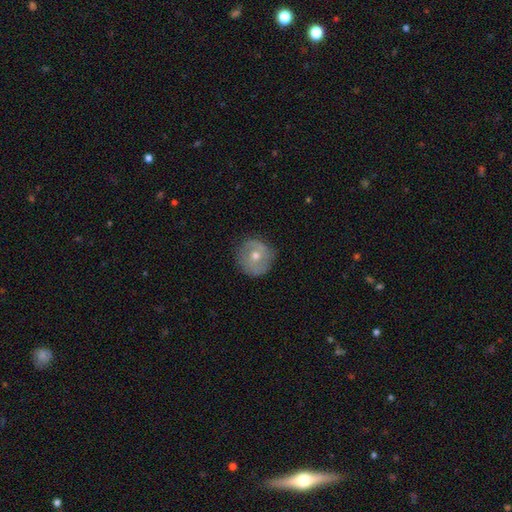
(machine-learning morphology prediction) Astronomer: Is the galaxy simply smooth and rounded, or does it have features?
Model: featured or disk — 53% (runner-up: smooth, 38%).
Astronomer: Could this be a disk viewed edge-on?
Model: no — 95%.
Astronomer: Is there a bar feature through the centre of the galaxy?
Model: no — 68%.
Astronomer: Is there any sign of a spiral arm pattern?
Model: yes — 58% (runner-up: no, 42%).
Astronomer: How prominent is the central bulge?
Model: moderate — 65%.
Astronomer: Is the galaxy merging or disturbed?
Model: none — 83%.